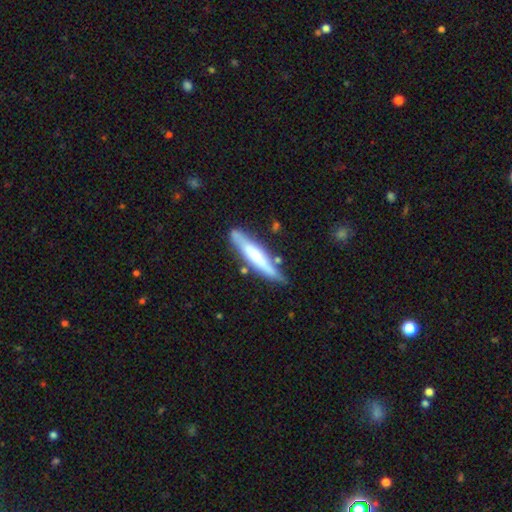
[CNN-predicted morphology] smooth_or_featured: smooth (p=0.56) [alt: featured or disk p=0.39]
how_rounded: cigar-shaped (p=0.89) [alt: in between p=0.10]
merging: none (p=0.75) [alt: minor disturbance p=0.17]